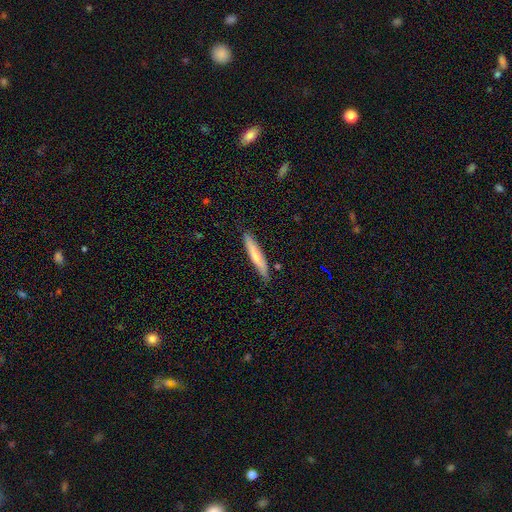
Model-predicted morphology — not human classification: This appears to be a smooth galaxy with no disk features (67%) that is cigar-shaped (92%). Merging: none (86%).